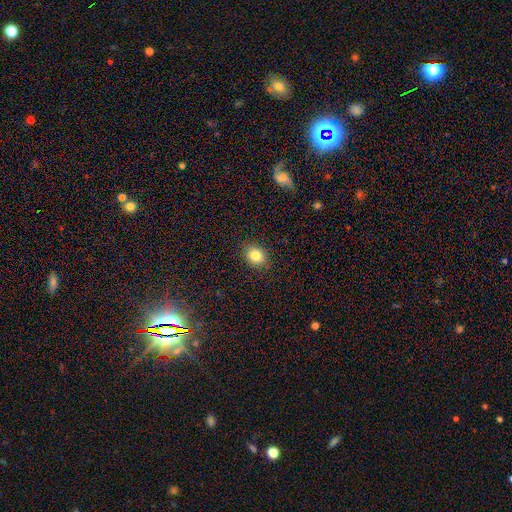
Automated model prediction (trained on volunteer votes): smooth 83%, star or artifact 10%, featured or disk 7%. Down the decision tree: how rounded — round (55%); merging — none (88%).